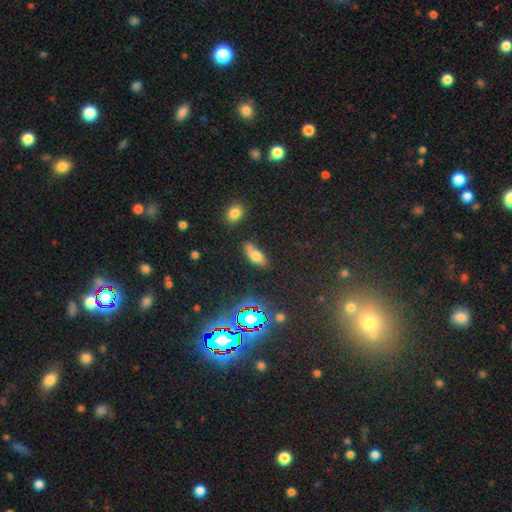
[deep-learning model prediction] smooth-or-featured: smooth: 71% | star or artifact: 17% | featured or disk: 13%
  how-rounded: in between: 77% | cigar-shaped: 17% | round: 6%
  merging: none: 64% | minor disturbance: 20% | merger: 10% | major disturbance: 6%